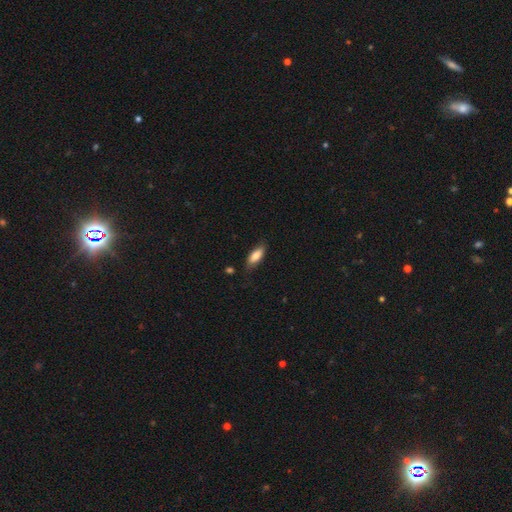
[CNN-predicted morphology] Smooth or featured?
  - smooth: 81% *
  - featured or disk: 13%
  - star or artifact: 6%
How rounded?
  - in between: 75% *
  - cigar-shaped: 23%
  - round: 2%
Merging?
  - none: 76% *
  - minor disturbance: 18%
  - major disturbance: 4%
  - merger: 2%